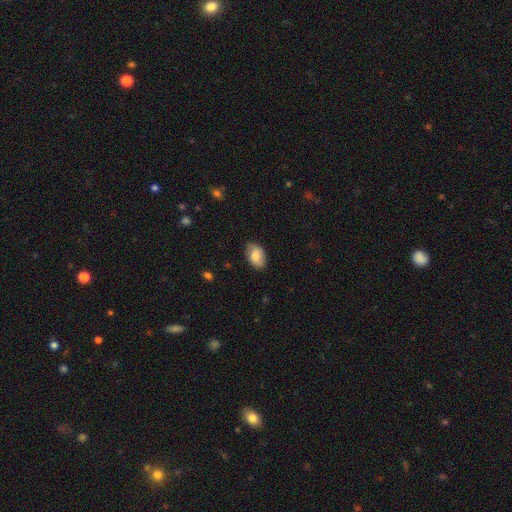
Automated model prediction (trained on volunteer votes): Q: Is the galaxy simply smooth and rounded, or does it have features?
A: smooth — 75%.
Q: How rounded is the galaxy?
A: in between — 89%.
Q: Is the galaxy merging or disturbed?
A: none — 82%.